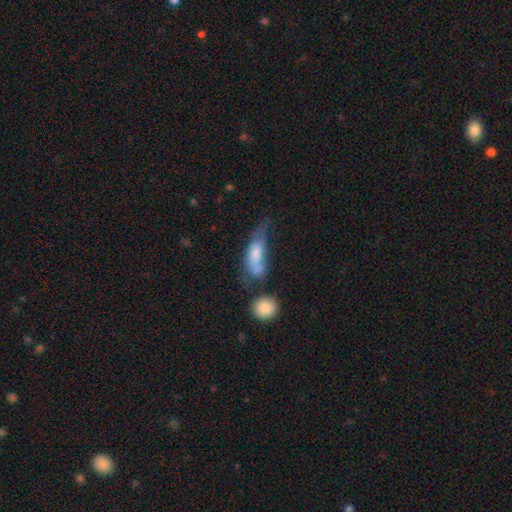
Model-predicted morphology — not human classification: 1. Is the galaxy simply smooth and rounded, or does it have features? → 64% smooth, 28% featured or disk, 8% star or artifact.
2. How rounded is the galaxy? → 69% in between, 27% cigar-shaped, 4% round.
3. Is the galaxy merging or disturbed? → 30% major disturbance, 27% merger, 23% minor disturbance, 20% none.